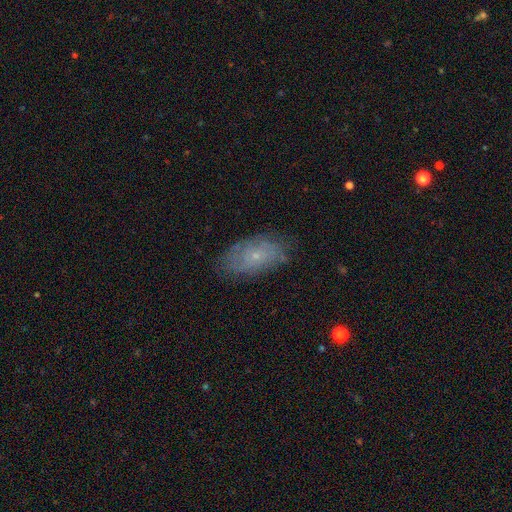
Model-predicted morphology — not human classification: A smooth galaxy with no disk features (46%).

Vote fractions:
- Smooth or featured? smooth: 46% / featured or disk: 45% / star or artifact: 9%
- Merging? none: 75% / minor disturbance: 19% / major disturbance: 5% / merger: 1%